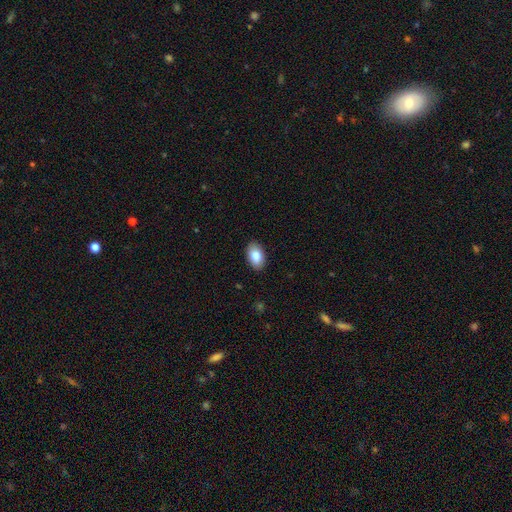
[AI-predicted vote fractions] A smooth galaxy with no disk features (84%) that is in between round and cigar-shaped (93%).

Vote fractions:
- Smooth or featured? smooth: 84% / featured or disk: 9% / star or artifact: 7%
- How rounded? in between: 93% / round: 6% / cigar-shaped: 1%
- Merging? none: 89% / minor disturbance: 8% / major disturbance: 2% / merger: 1%